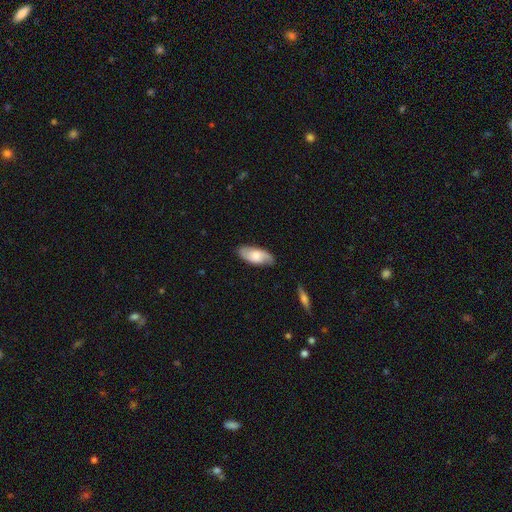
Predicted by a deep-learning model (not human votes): A smooth galaxy with no disk features (57%) that is in between round and cigar-shaped (85%). Merging: none (82%).